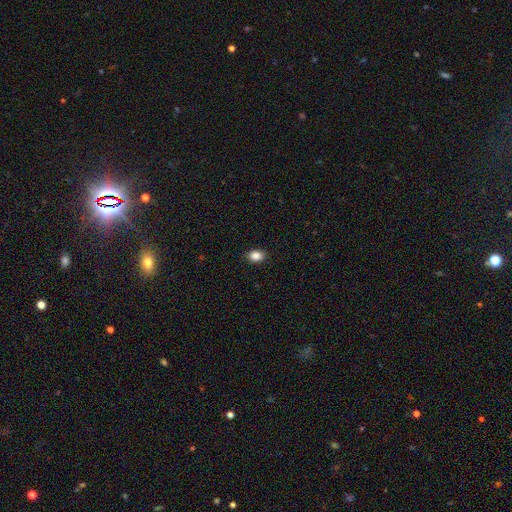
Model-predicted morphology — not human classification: A smooth galaxy with no disk features (88%) that is in between round and cigar-shaped (76%).

Vote fractions:
- Smooth or featured? smooth: 88% / star or artifact: 9% / featured or disk: 4%
- How rounded? in between: 76% / round: 23% / cigar-shaped: 1%
- Merging? none: 89% / minor disturbance: 8% / major disturbance: 2% / merger: 1%